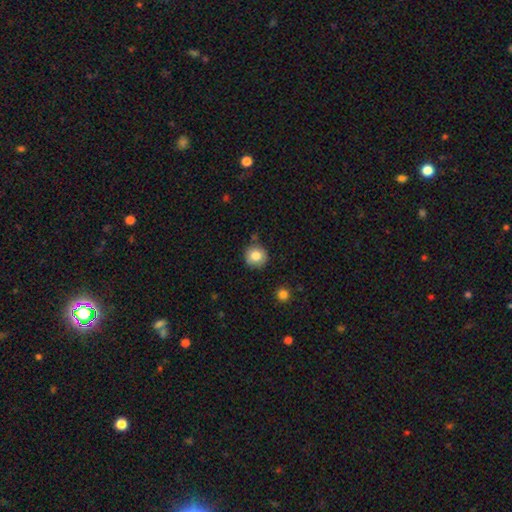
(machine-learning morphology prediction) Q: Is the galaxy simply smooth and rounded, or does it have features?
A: smooth — 82%.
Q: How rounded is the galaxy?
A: round — 93%.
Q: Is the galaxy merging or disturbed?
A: none — 84%.